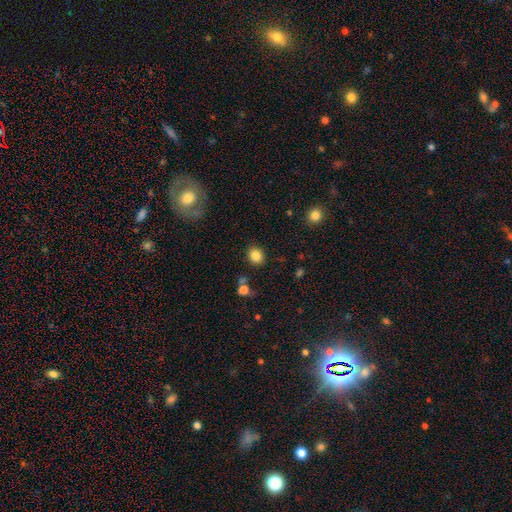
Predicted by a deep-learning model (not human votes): smooth 85%, star or artifact 10%, featured or disk 5%. Down the decision tree: how rounded — round (70%); merging — none (87%).